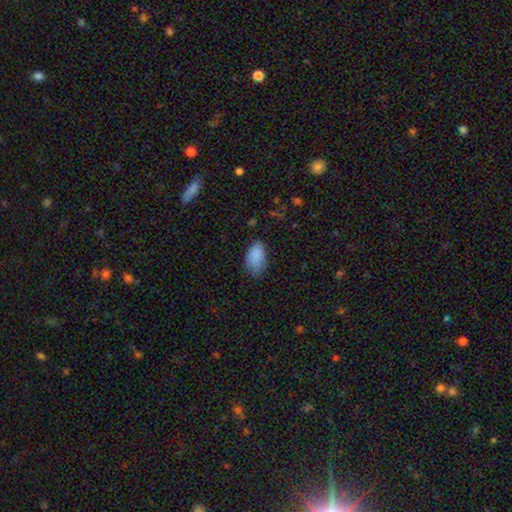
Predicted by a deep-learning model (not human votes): Smooth or featured? Predicted: smooth (p=0.87). How rounded? Predicted: in between (p=0.94). Merging? Predicted: none (p=0.62).